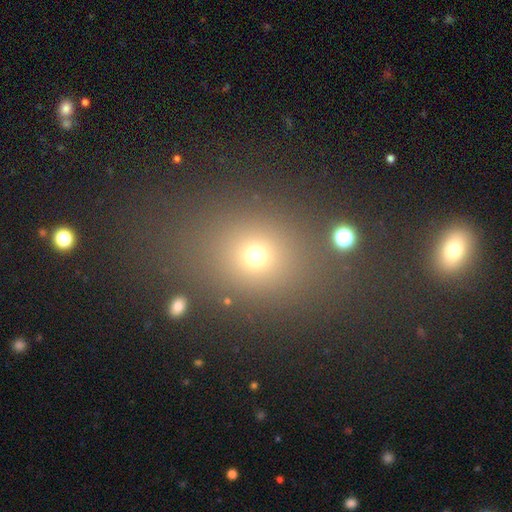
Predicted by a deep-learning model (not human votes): Smooth or featured?
  - smooth: 65% *
  - star or artifact: 25%
  - featured or disk: 10%
How rounded?
  - round: 53% *
  - in between: 45%
  - cigar-shaped: 2%
Merging?
  - none: 78% *
  - minor disturbance: 11%
  - major disturbance: 6%
  - merger: 5%